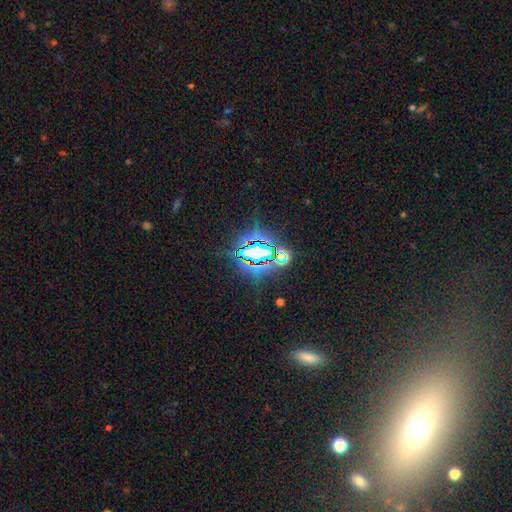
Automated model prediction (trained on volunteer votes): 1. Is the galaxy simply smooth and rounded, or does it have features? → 75% star or artifact, 13% smooth, 11% featured or disk.